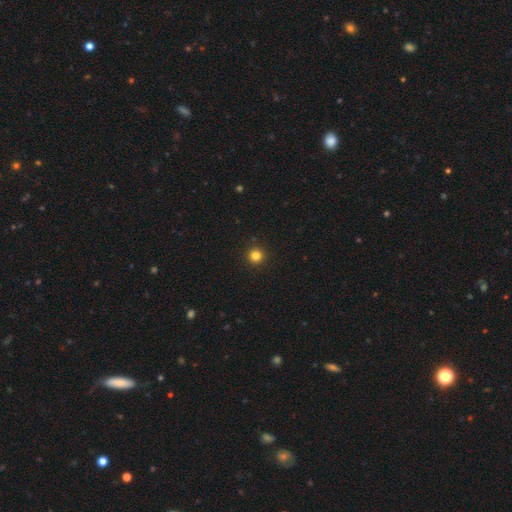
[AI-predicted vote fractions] This is clearly a smooth galaxy (82%). How rounded: clearly round (96%). Merging: clearly none (93%).